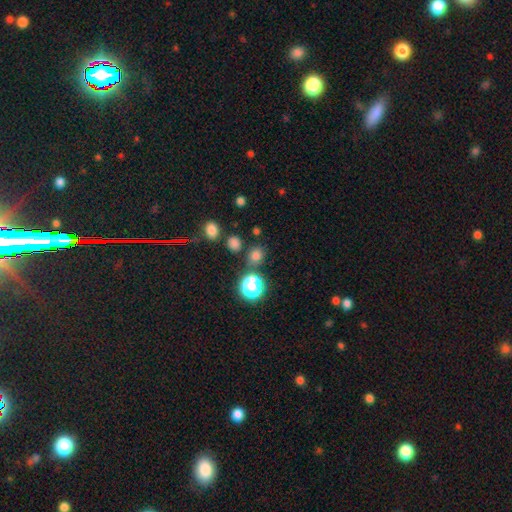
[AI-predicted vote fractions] smooth_or_featured: smooth (p=0.72) [alt: star or artifact p=0.23]
how_rounded: round (p=0.80) [alt: in between p=0.19]
merging: none (p=0.79) [alt: minor disturbance p=0.10]